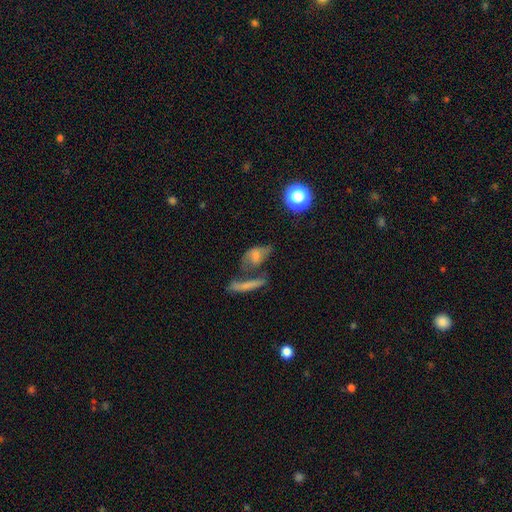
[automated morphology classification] This is possibly a smooth galaxy (57%). How rounded: likely in between (76%). Merging: marginally merger (33%, tied with none).